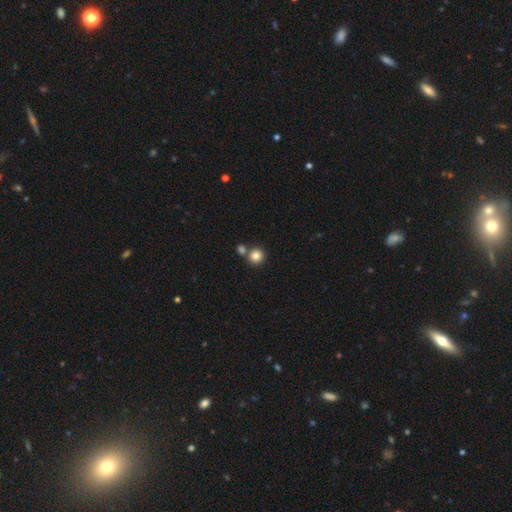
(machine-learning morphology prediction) Smooth or featured? smooth (84%)
How rounded? round (89%)
Merging? none (65%)